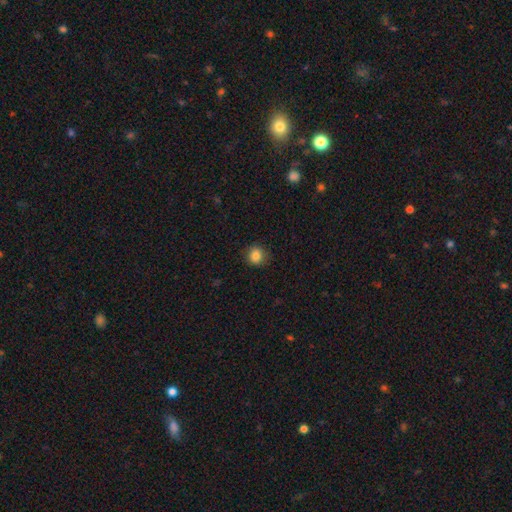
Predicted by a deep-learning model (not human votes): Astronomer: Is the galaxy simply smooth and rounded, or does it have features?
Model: smooth — 84%.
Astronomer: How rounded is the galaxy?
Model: round — 88%.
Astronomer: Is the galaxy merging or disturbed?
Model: none — 88%.